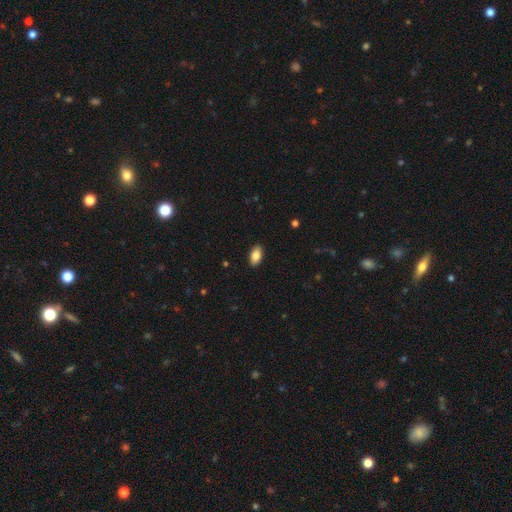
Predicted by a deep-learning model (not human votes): This appears to be a smooth galaxy with no disk features (85%) that is in between round and cigar-shaped (93%). Merging: none (90%).